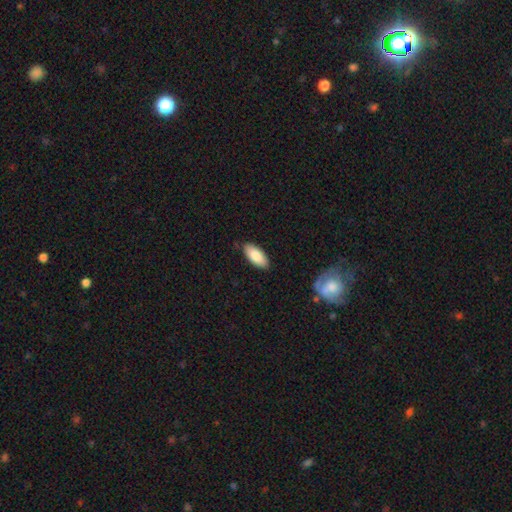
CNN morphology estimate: smooth_or_featured: smooth (p=0.85) [alt: featured or disk p=0.09]
how_rounded: in between (p=0.88) [alt: cigar-shaped p=0.10]
merging: none (p=0.83) [alt: minor disturbance p=0.13]